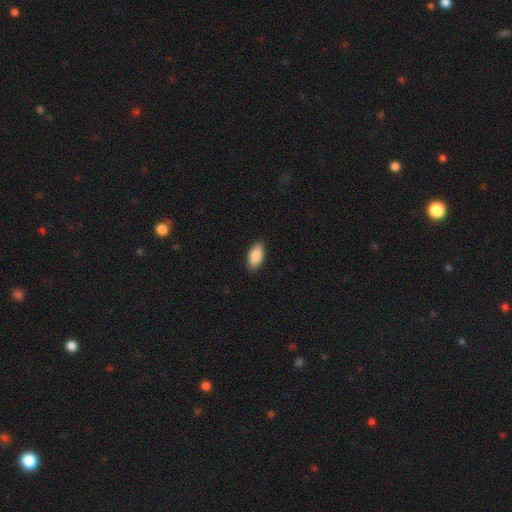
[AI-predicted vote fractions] A smooth galaxy with no disk features (89%) that is in between round and cigar-shaped (93%). Merging: none (88%).